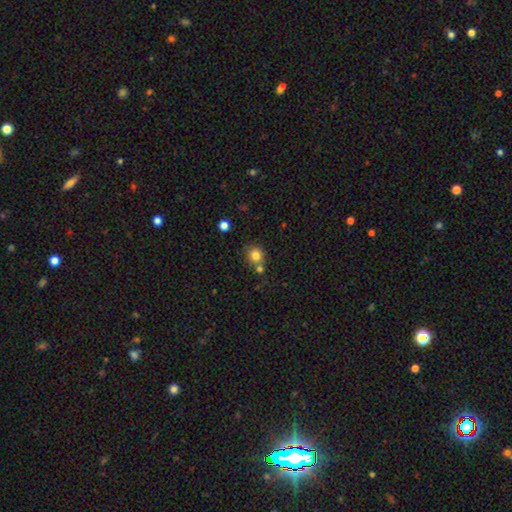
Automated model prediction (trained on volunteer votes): Overall: smooth (81%). How rounded: round (86%). Merging: none (66%).